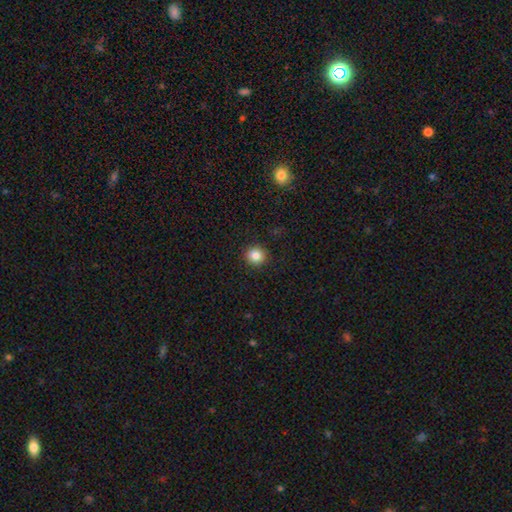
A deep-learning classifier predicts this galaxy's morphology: The model was most divided on "smooth or featured": smooth: 85%, star or artifact: 10%, featured or disk: 5%. More confident: merging — none (92%); how rounded — round (92%).